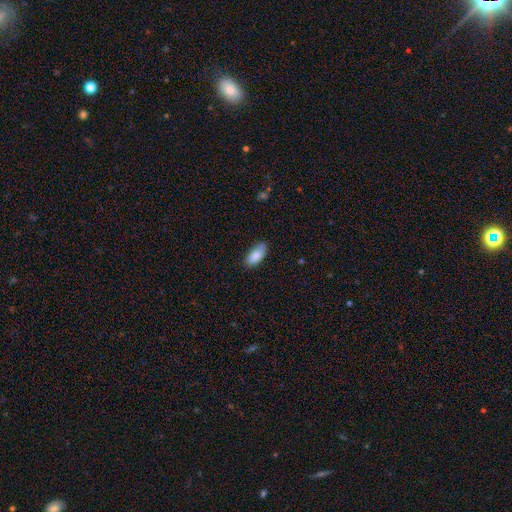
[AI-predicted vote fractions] This is clearly a smooth galaxy (86%). How rounded: clearly in between (86%). Merging: likely none (79%).